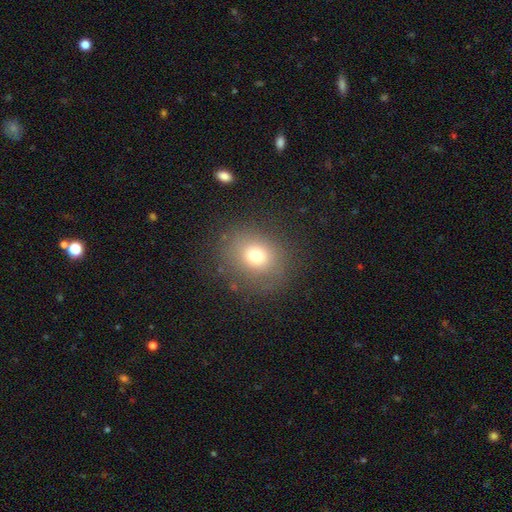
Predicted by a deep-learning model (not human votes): smooth_or_featured: smooth (p=0.72) [alt: star or artifact p=0.16]
how_rounded: round (p=0.69) [alt: in between p=0.30]
merging: none (p=0.81) [alt: minor disturbance p=0.11]